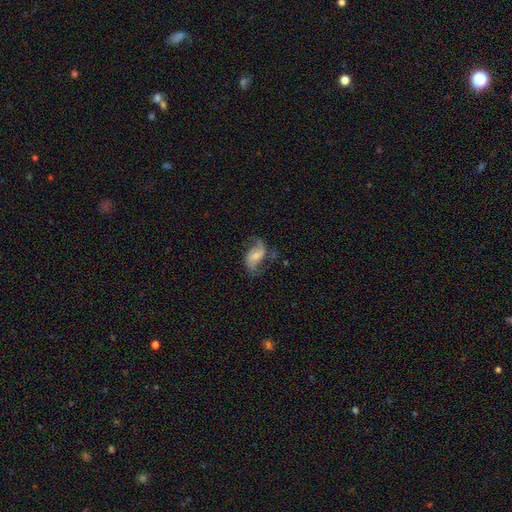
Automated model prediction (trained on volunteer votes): This is likely a featured or disk galaxy (75%). It is clearly not viewed edge-on (97%). Bar: marginally no (40%, tied with weak). Spiral arm pattern: clearly yes (91%). Spiral arm count: clearly 2 (87%). Spiral winding: possibly loose (57%). Central bulge: possibly small (48%). Merging: possibly none (59%).